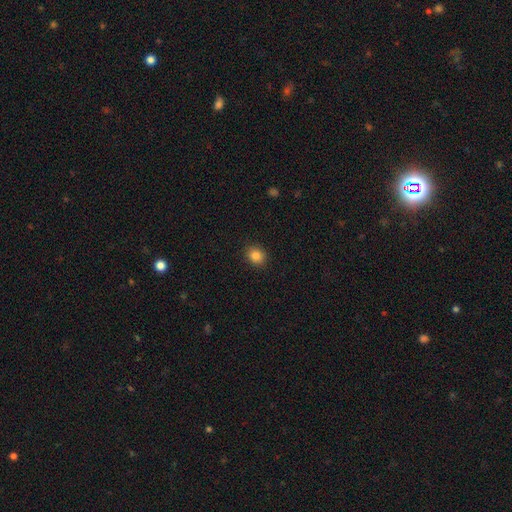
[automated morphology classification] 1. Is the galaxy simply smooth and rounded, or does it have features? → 84% smooth, 11% star or artifact, 6% featured or disk.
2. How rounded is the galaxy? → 67% round, 32% in between, 1% cigar-shaped.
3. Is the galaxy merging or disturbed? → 90% none, 7% minor disturbance, 2% major disturbance, 1% merger.